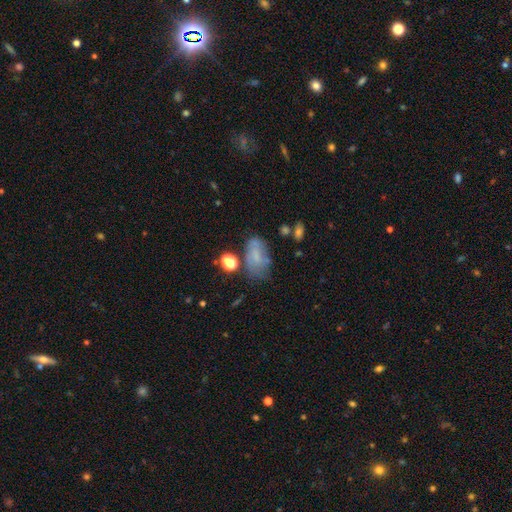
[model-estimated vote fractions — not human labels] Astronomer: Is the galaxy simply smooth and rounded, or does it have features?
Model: smooth — 57%.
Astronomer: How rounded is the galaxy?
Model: in between — 89%.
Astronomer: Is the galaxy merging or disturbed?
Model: none — 51% (runner-up: minor disturbance, 27%).